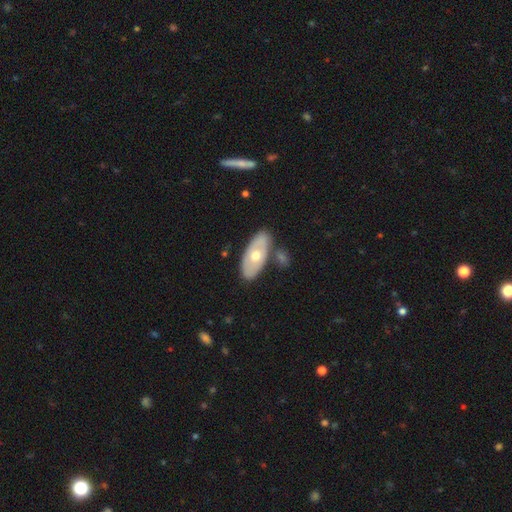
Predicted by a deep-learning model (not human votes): Smooth or featured: smooth — 49% (featured or disk — 46%)
Merging: none — 76% (minor disturbance — 12%)